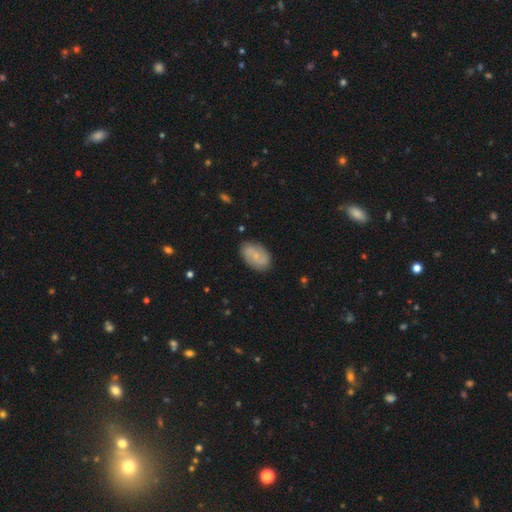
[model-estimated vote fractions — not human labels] Q: Smooth or featured?
A: smooth (48%); runner-up: featured or disk (44%)
Q: Merging?
A: none (82%); runner-up: minor disturbance (13%)